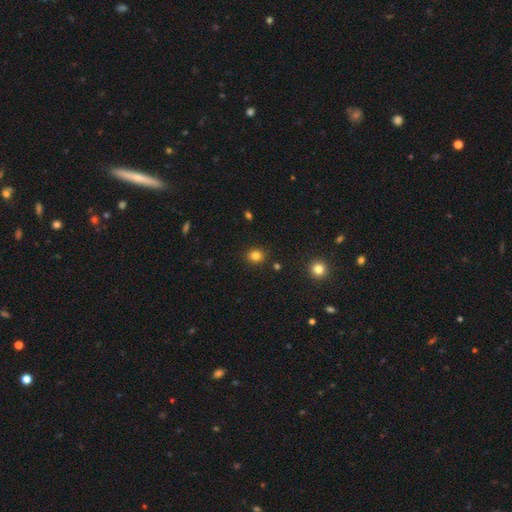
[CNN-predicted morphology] This is clearly a smooth galaxy (82%). How rounded: clearly round (81%). Merging: clearly none (89%).